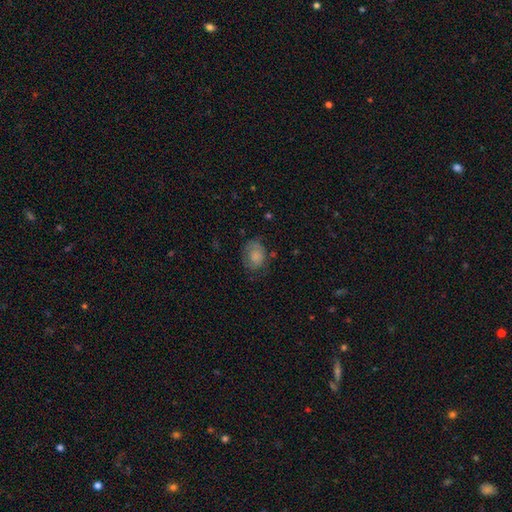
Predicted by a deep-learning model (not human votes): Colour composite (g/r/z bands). It shows a smooth galaxy with no disk features (75%) that is in between round and cigar-shaped (58%). Merging: none (58%).